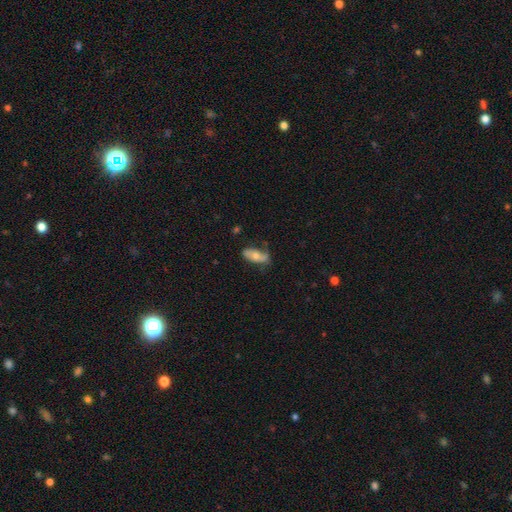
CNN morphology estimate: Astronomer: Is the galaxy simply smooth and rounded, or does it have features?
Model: smooth — 55% (runner-up: featured or disk, 38%).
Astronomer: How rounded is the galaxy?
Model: in between — 84%.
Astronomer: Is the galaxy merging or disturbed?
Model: none — 54% (runner-up: minor disturbance, 31%).